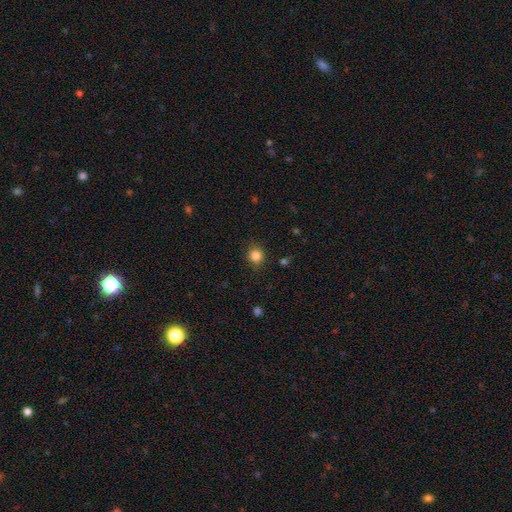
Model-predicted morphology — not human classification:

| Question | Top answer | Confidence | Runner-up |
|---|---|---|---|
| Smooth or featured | smooth | 85% | star or artifact (11%) |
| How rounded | round | 86% | in between (13%) |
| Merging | none | 86% | minor disturbance (10%) |